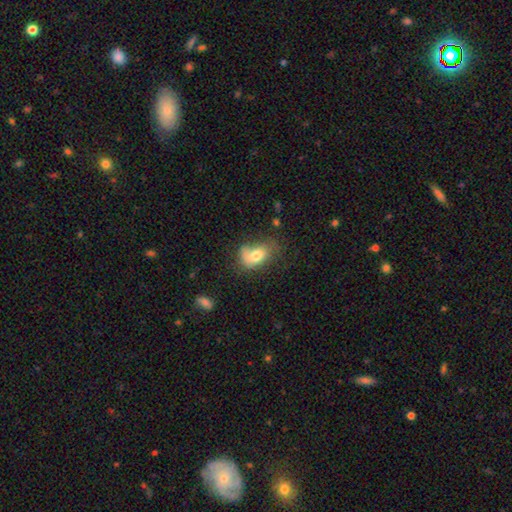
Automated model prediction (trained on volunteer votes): Overall: smooth (70%). How rounded: in between (82%). Merging: none (39%; minor disturbance 33%).